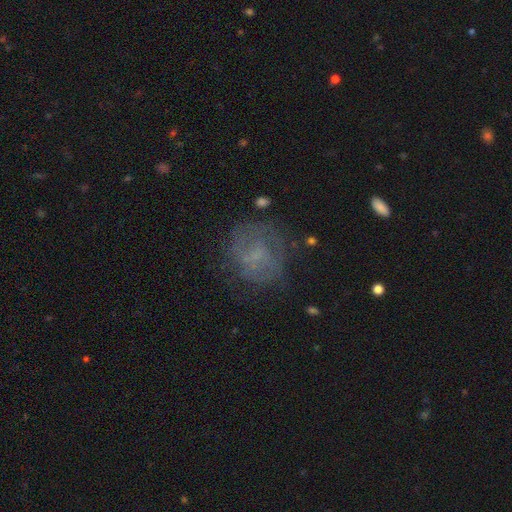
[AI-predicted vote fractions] This is marginally a featured or disk galaxy (45%). Merging: likely none (64%).